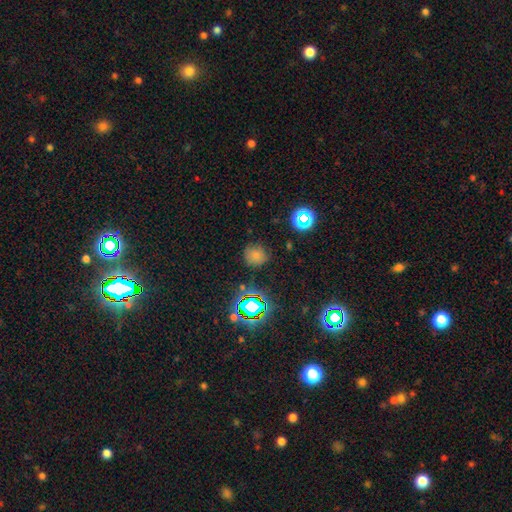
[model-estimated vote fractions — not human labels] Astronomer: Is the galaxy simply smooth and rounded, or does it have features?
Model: smooth — 69%.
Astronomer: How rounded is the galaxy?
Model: round — 87%.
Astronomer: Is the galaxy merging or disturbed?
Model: none — 77%.